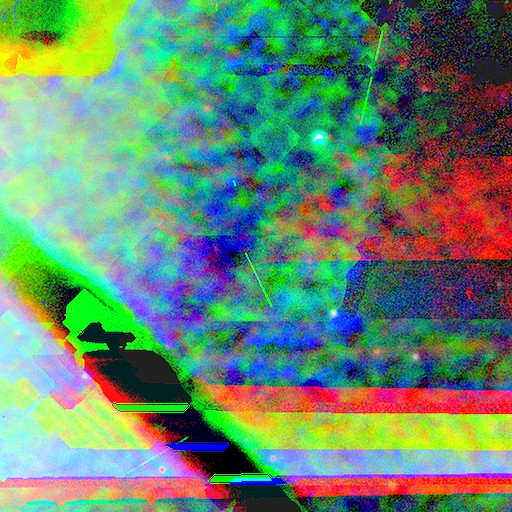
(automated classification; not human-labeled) Smooth or featured? star or artifact (87%)